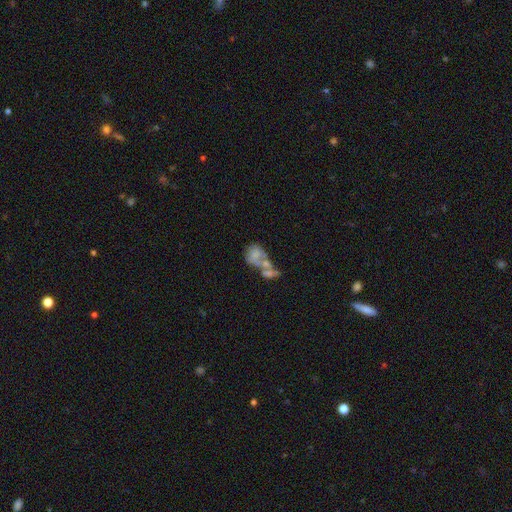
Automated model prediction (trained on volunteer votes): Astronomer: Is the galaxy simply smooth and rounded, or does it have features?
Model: smooth — 47% (runner-up: featured or disk, 42%).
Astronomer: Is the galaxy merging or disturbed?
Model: merger — 64%.